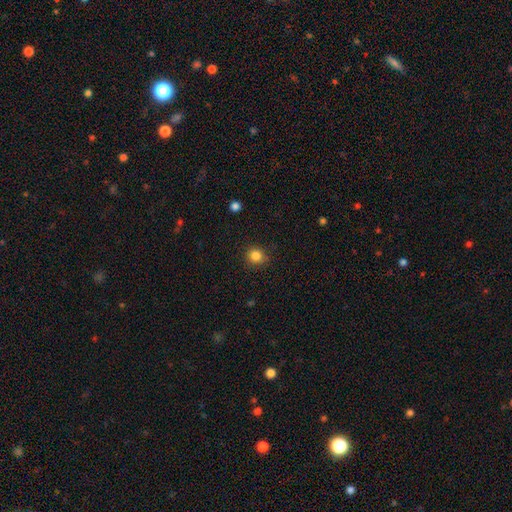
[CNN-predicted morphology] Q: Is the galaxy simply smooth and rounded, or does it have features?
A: smooth — 85%.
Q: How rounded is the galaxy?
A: round — 90%.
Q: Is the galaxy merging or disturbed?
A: none — 87%.